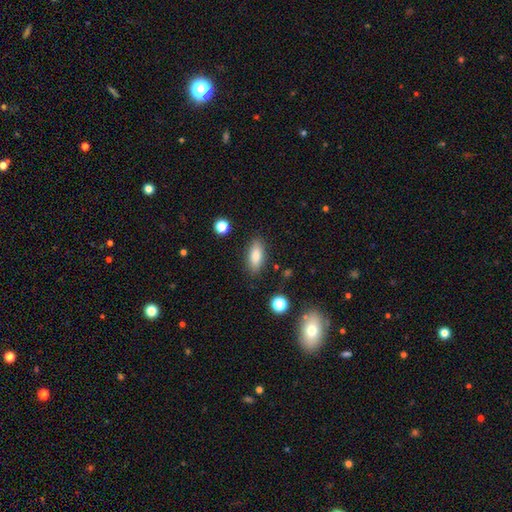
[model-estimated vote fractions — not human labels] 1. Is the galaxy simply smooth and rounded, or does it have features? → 82% smooth, 10% featured or disk, 8% star or artifact.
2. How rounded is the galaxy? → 78% in between, 18% cigar-shaped, 3% round.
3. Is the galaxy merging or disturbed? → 85% none, 10% minor disturbance, 3% major disturbance, 2% merger.